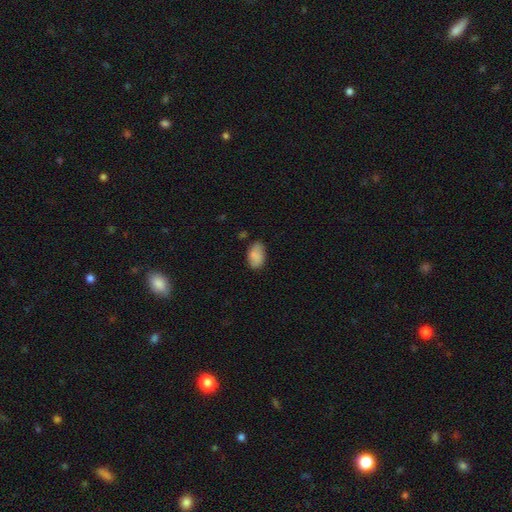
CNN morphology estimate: Smooth or featured: smooth — 84% (featured or disk — 9%)
How rounded: in between — 92% (round — 6%)
Merging: none — 73% (minor disturbance — 21%)